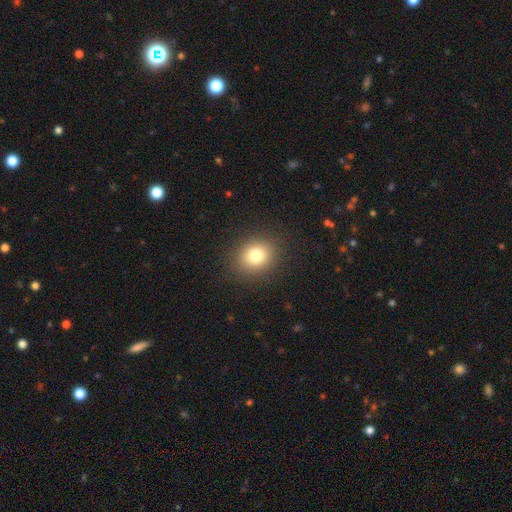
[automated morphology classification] A smooth galaxy with no disk features (79%) that is round (69%).

Vote fractions:
- Smooth or featured? smooth: 79% / star or artifact: 13% / featured or disk: 8%
- How rounded? round: 69% / in between: 30% / cigar-shaped: 1%
- Merging? none: 89% / minor disturbance: 7% / major disturbance: 3% / merger: 1%